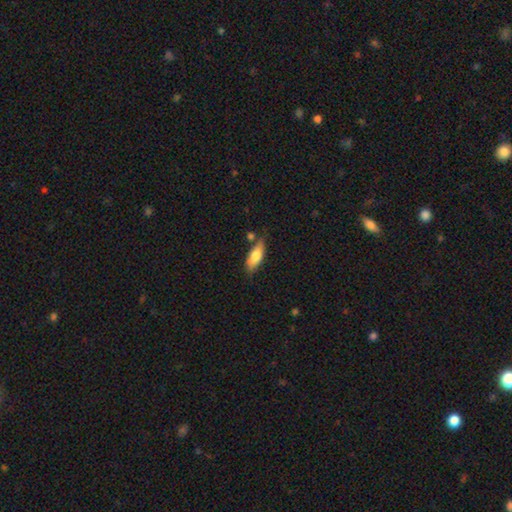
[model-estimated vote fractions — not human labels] A smooth galaxy with no disk features (72%) that is in between round and cigar-shaped (73%). Merging: none (67%).